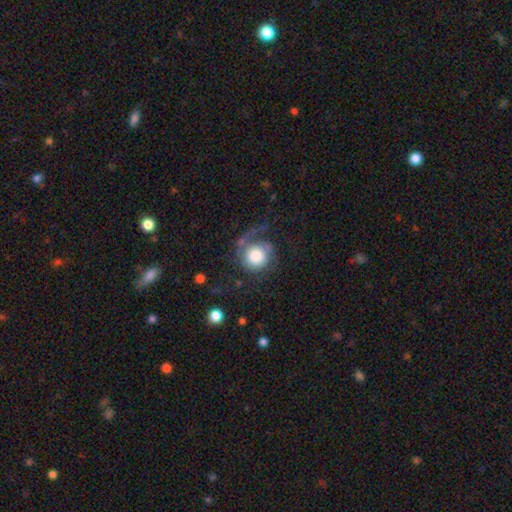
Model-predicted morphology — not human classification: Smooth or featured? Predicted: featured or disk (p=0.52). Edge-on disk? Predicted: no (p=0.98). Bar? Predicted: no (p=0.82). Spiral arms? Predicted: yes (p=0.86). Bulge size? Predicted: large (p=0.48). Merging? Predicted: none (p=0.49).